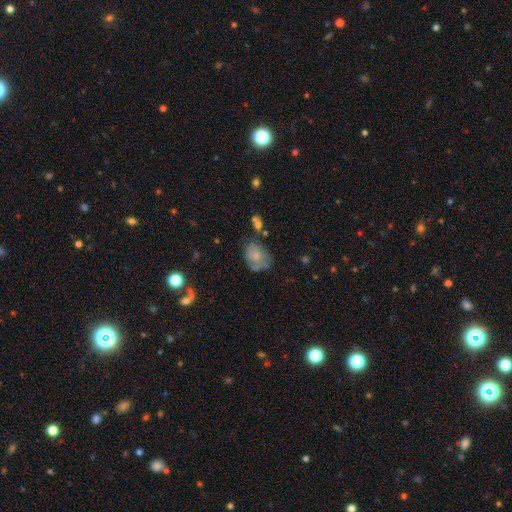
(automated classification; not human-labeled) Smooth or featured?
  - smooth: 63% *
  - featured or disk: 28%
  - star or artifact: 9%
How rounded?
  - in between: 61% *
  - round: 38%
  - cigar-shaped: 1%
Merging?
  - none: 48% *
  - minor disturbance: 31%
  - major disturbance: 13%
  - merger: 8%